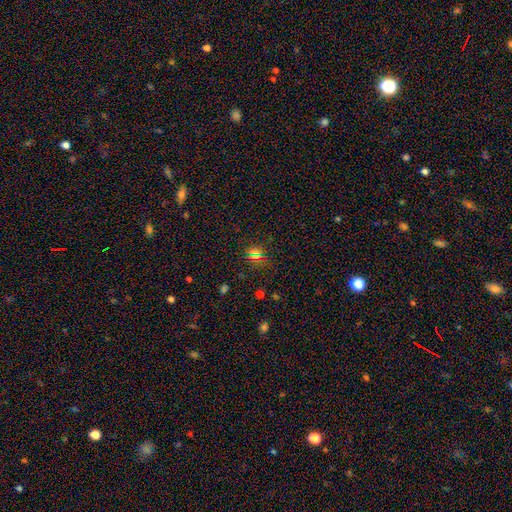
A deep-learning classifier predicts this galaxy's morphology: Smooth or featured? star or artifact (47%)